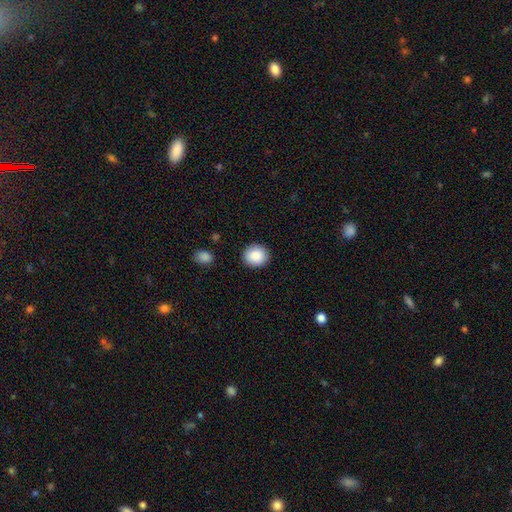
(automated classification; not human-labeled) smooth-or-featured: smooth: 88% | star or artifact: 8% | featured or disk: 4%
  how-rounded: round: 85% | in between: 14% | cigar-shaped: 1%
  merging: none: 90% | minor disturbance: 6% | major disturbance: 2% | merger: 1%